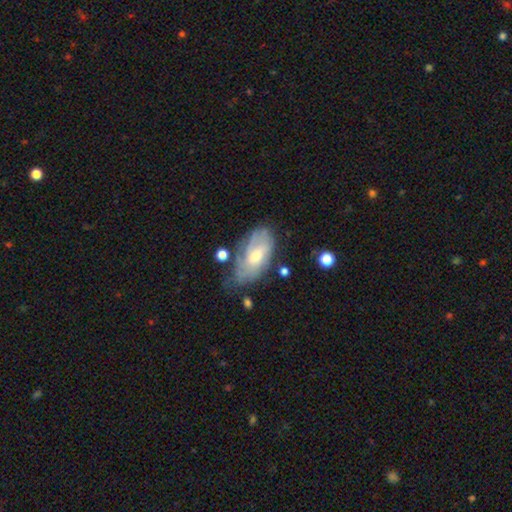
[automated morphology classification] Q: Smooth or featured?
A: featured or disk (59%); runner-up: smooth (34%)
Q: Edge-on disk?
A: no (91%); runner-up: yes (9%)
Q: Bar?
A: no (63%); runner-up: weak (32%)
Q: Spiral arms?
A: yes (73%); runner-up: no (27%)
Q: Bulge size?
A: moderate (57%); runner-up: small (32%)
Q: Merging?
A: none (55%); runner-up: minor disturbance (28%)